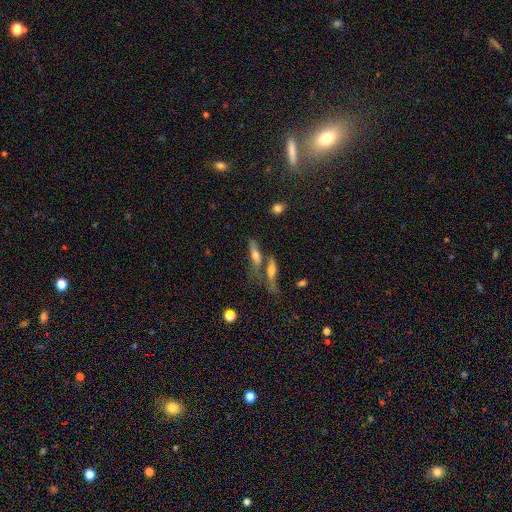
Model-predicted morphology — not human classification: type=featured or disk (49%); merging=none (50%).